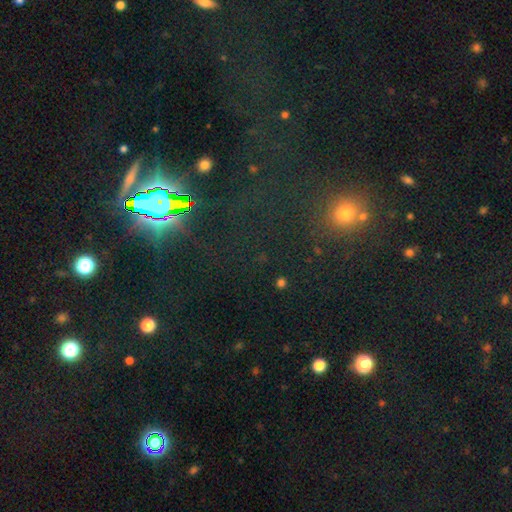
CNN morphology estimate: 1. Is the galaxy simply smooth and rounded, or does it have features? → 66% star or artifact, 26% smooth, 8% featured or disk.